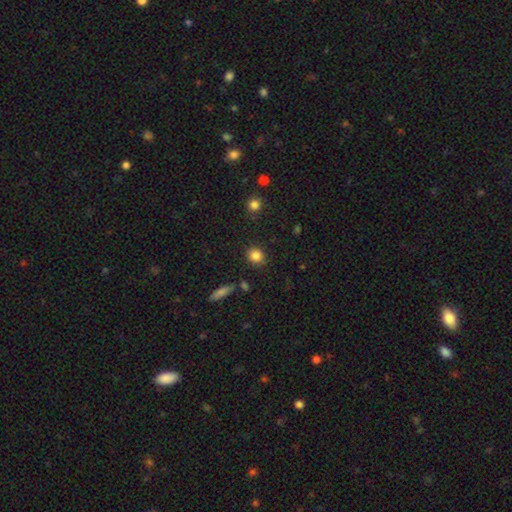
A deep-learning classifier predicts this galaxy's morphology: Smooth or featured?
  - smooth: 84% *
  - star or artifact: 10%
  - featured or disk: 5%
How rounded?
  - round: 70% *
  - in between: 28%
  - cigar-shaped: 1%
Merging?
  - none: 86% *
  - minor disturbance: 9%
  - merger: 3%
  - major disturbance: 3%